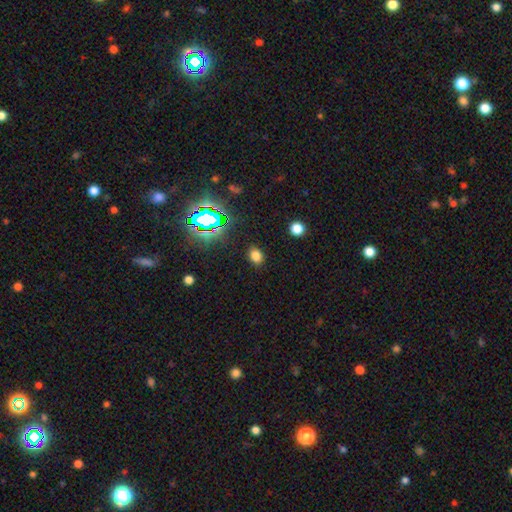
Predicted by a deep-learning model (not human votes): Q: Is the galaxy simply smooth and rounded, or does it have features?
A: smooth — 74%.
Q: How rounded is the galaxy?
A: in between — 63%.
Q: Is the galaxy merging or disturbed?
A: none — 87%.